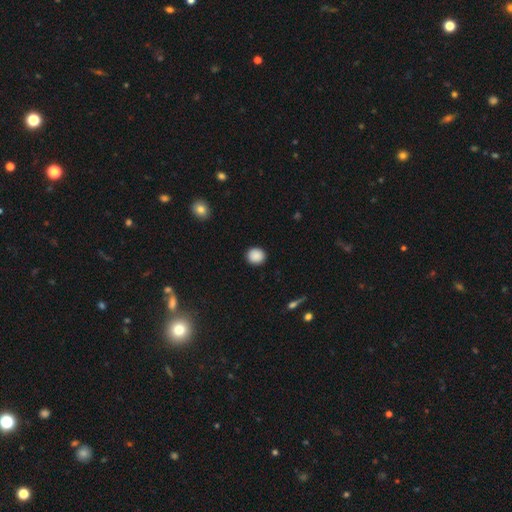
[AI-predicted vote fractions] smooth 89%, star or artifact 8%, featured or disk 3%. Down the decision tree: how rounded — round (87%); merging — none (92%).